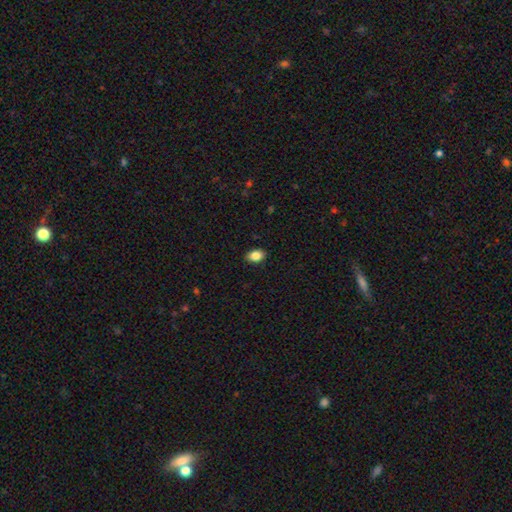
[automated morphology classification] A smooth galaxy with no disk features (86%) that is in between round and cigar-shaped (83%). Merging: none (89%).